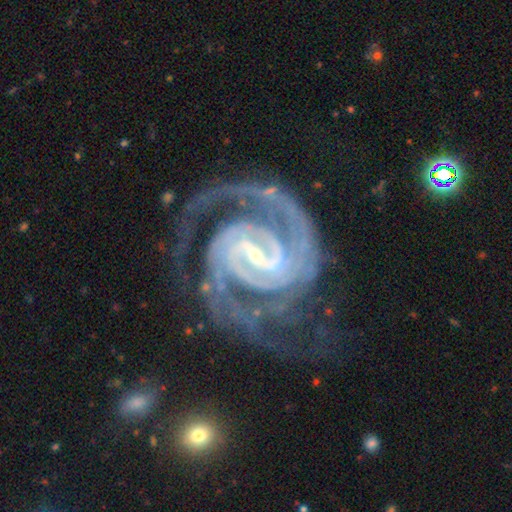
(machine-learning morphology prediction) This is clearly a featured or disk galaxy (94%). It is clearly not viewed edge-on (98%). Bar: possibly strong (48%). Spiral arm pattern: clearly yes (99%). Spiral arm count: likely 2 (69%). Spiral winding: likely tight (67%). Central bulge: likely small (77%). Merging: likely none (68%).